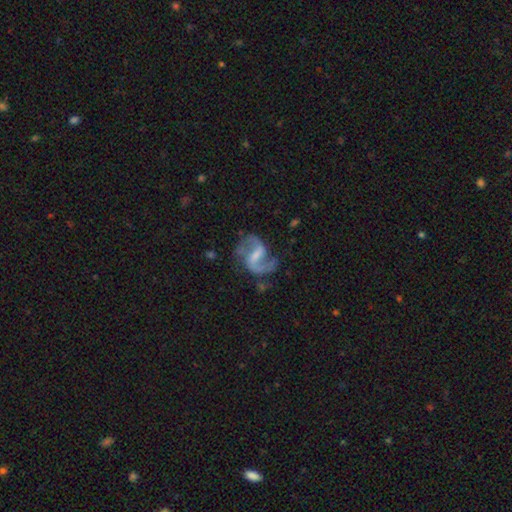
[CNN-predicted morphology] The model was most divided on "bar": weak: 47%, strong: 38%, no: 15%. Remaining: edge-on disk — no (98%); spiral arms — yes (97%); spiral arm count — 2 (92%); smooth or featured — featured or disk (89%); merging — none (69%); spiral winding — medium (50%); bulge size — small (43%).